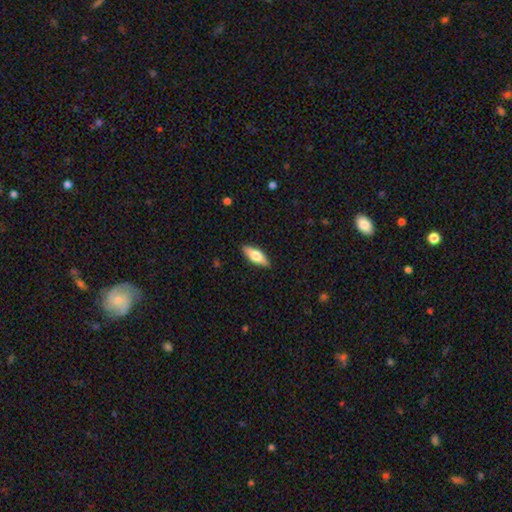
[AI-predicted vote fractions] The model was most divided on "smooth or featured": smooth: 56%, featured or disk: 39%, star or artifact: 6%. More confident: merging — none (89%); how rounded — in between (62%).